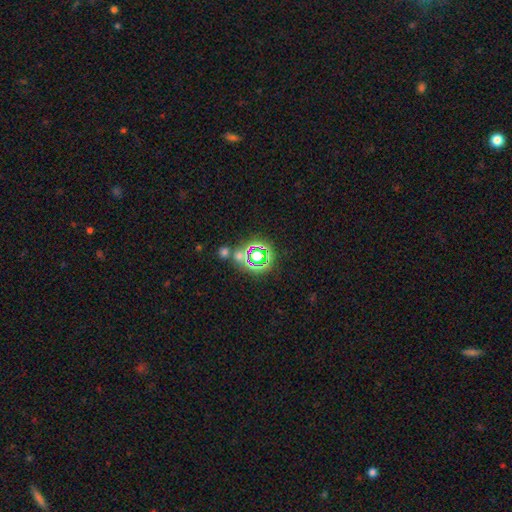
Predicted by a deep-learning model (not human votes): smooth_or_featured: star or artifact (p=0.61) [alt: smooth p=0.28]